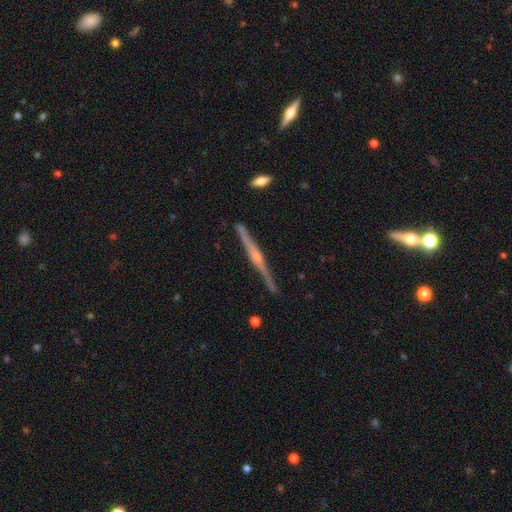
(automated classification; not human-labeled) A featured or disk galaxy (84%) viewed edge-on (98%) with a rounded central bulge (81%). Merging: none (89%).